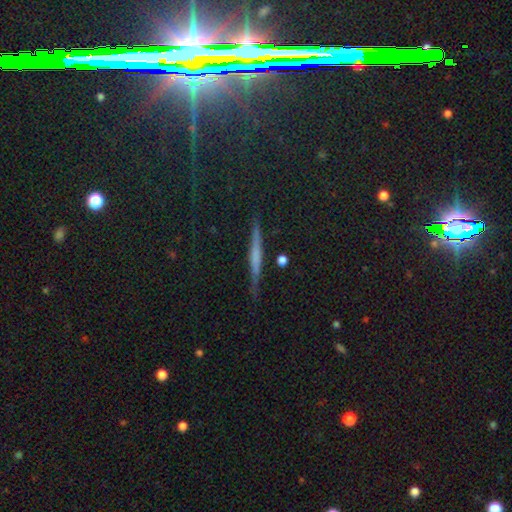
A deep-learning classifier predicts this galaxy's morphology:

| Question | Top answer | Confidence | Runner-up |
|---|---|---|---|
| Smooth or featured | featured or disk | 47% | smooth (32%) |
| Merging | none | 86% | minor disturbance (10%) |